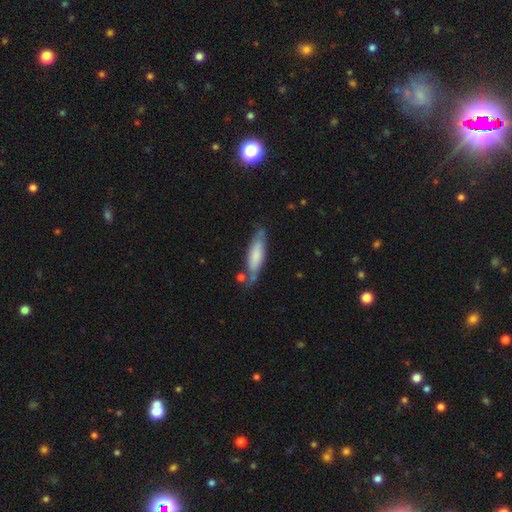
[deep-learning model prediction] This appears to be a smooth galaxy with no disk features (68%) that is cigar-shaped (62%). Merging: none (65%).